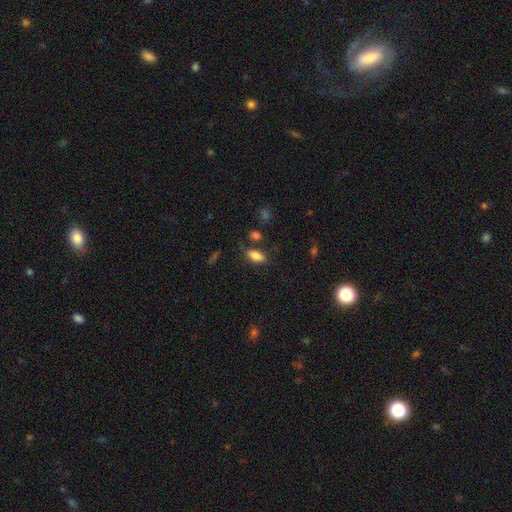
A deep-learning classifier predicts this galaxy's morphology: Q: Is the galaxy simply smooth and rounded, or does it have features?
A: smooth — 84%.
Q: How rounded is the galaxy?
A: in between — 85%.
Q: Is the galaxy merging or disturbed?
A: none — 76%.